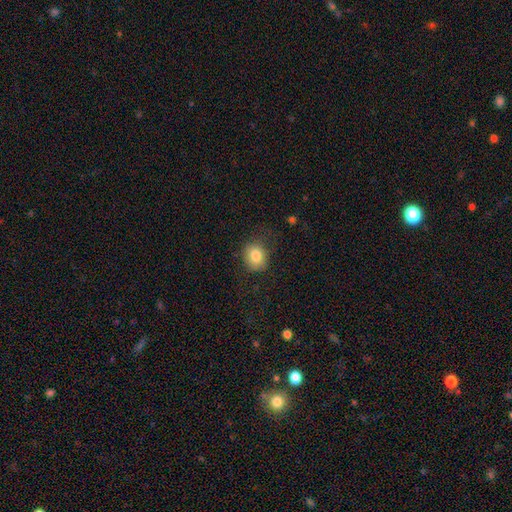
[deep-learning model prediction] Smooth or featured? Predicted: smooth (p=0.83). How rounded? Predicted: round (p=0.62). Merging? Predicted: none (p=0.73).